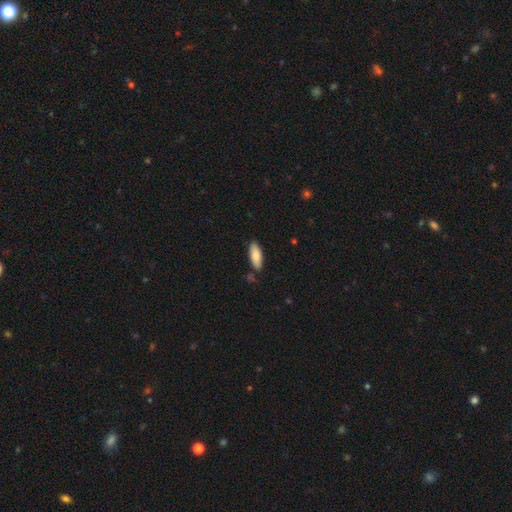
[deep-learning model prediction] Overall: smooth (84%). How rounded: in between (74%). Merging: none (82%).